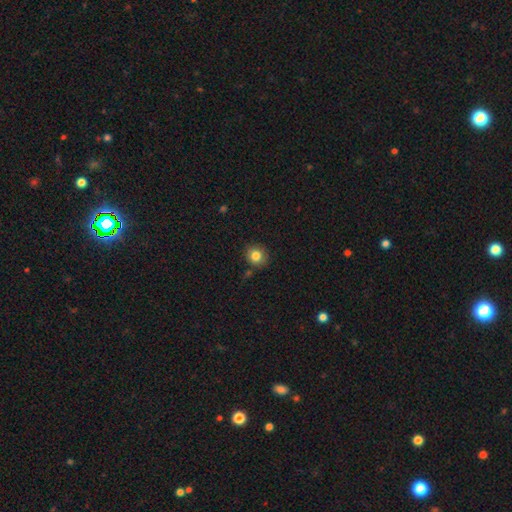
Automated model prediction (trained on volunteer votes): Smooth or featured? smooth (82%)
How rounded? round (85%)
Merging? none (84%)